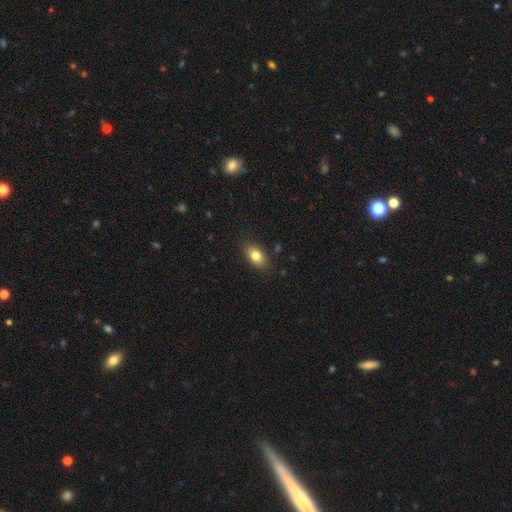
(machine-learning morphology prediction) This appears to be a smooth galaxy with no disk features (81%) that is in between round and cigar-shaped (84%). Merging: none (85%).